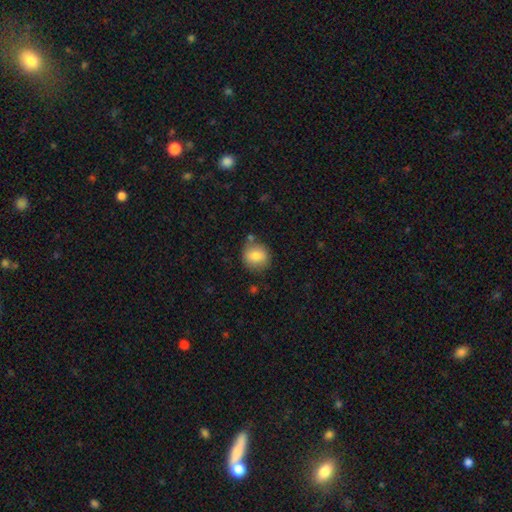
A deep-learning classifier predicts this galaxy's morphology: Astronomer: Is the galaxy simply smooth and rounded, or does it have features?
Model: smooth — 80%.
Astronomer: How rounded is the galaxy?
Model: round — 87%.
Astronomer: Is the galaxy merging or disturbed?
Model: none — 77%.